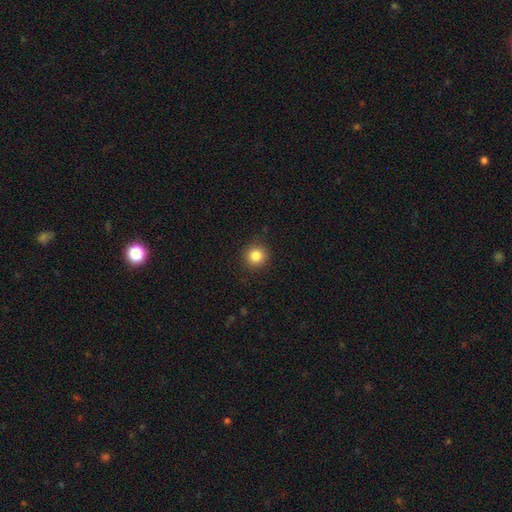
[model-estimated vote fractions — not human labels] Morphology: type=smooth (84%); roundness=round (93%); merging=none (91%).